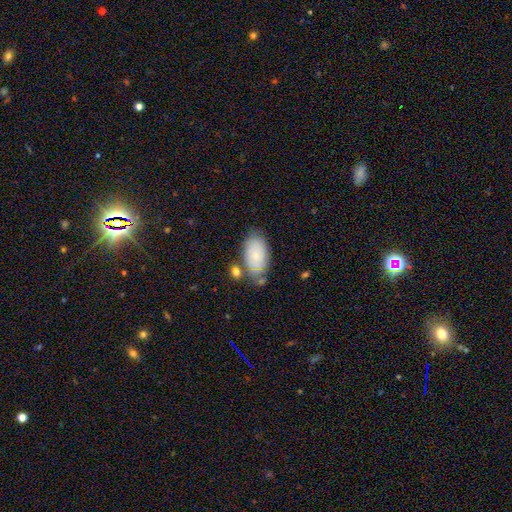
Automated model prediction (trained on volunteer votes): The model was most divided on "merging": none: 63%, minor disturbance: 23%, merger: 9%, major disturbance: 6%. More confident: how rounded — in between (94%); smooth or featured — smooth (68%).